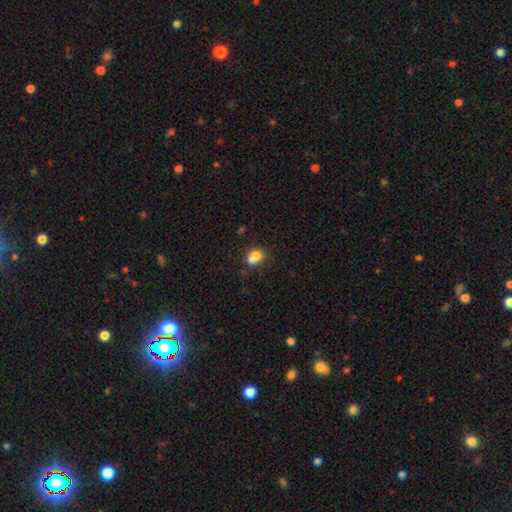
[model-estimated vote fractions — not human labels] Smooth or featured? Predicted: smooth (p=0.75). How rounded? Predicted: in between (p=0.55). Merging? Predicted: merger (p=0.47).